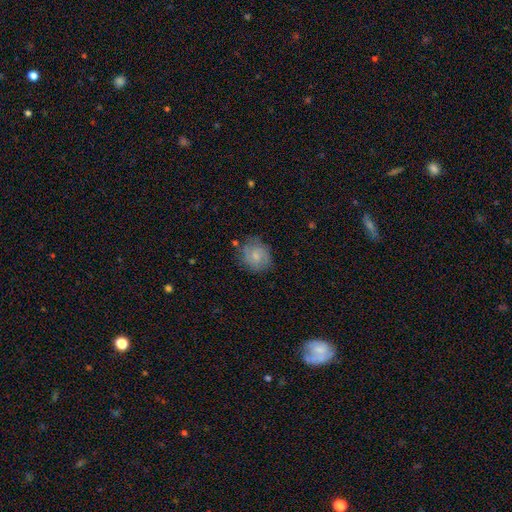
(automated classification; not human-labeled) A smooth galaxy with no disk features (53%) that is round (69%). Merging: none (68%).